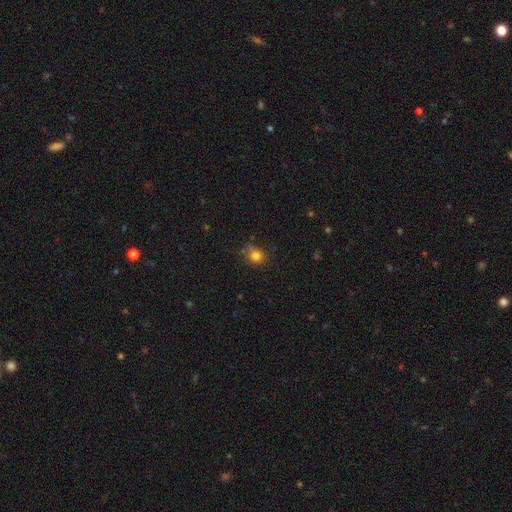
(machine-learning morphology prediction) A smooth galaxy with no disk features (81%) that is round (81%).

Vote fractions:
- Smooth or featured? smooth: 81% / star or artifact: 13% / featured or disk: 6%
- How rounded? round: 81% / in between: 18% / cigar-shaped: 1%
- Merging? none: 68% / minor disturbance: 21% / merger: 6% / major disturbance: 5%